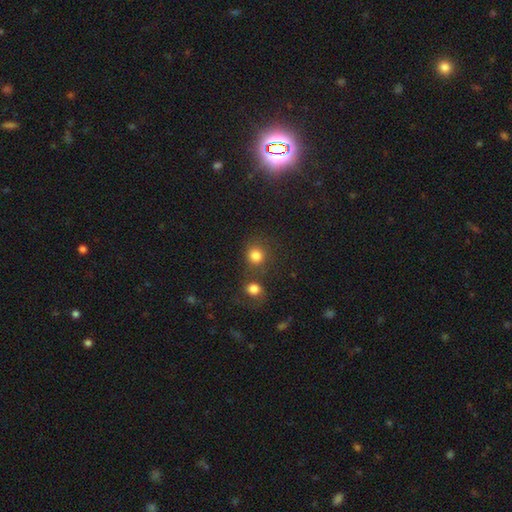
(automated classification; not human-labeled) Overall: smooth (81%). How rounded: round (86%). Merging: none (62%; merger 23%).